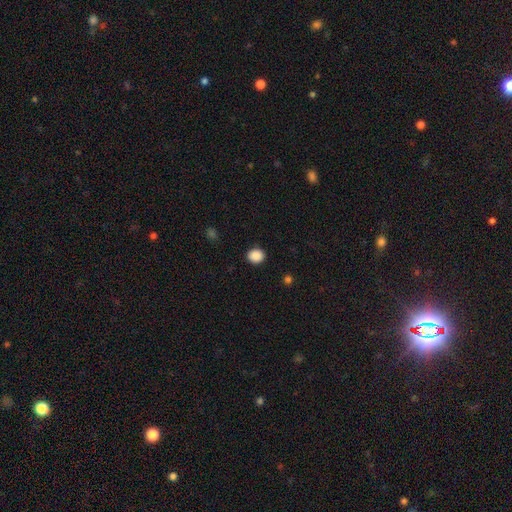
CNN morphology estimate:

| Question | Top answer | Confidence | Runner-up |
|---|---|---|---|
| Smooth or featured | smooth | 89% | star or artifact (9%) |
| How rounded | round | 74% | in between (25%) |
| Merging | none | 91% | minor disturbance (6%) |